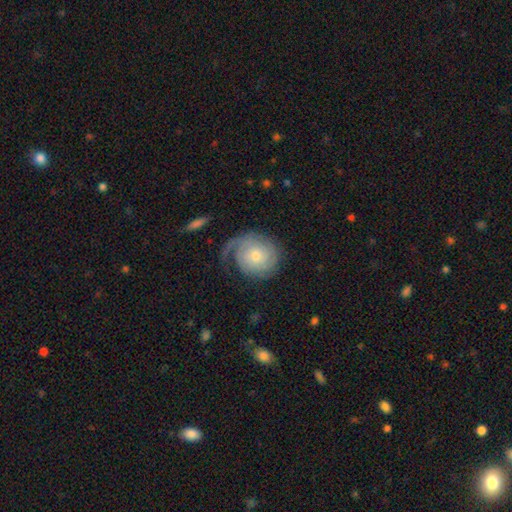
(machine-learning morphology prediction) Smooth or featured?
  - featured or disk: 75% *
  - smooth: 19%
  - star or artifact: 6%
Edge-on disk?
  - no: 97% *
  - yes: 3%
Bar?
  - no: 78% *
  - weak: 19%
  - strong: 3%
Spiral arms?
  - yes: 93% *
  - no: 7%
Spiral winding?
  - tight: 61% *
  - medium: 25%
  - loose: 14%
Spiral arm count?
  - 1: 37% *
  - 2: 26%
  - can't tell: 22%
  - 3: 9%
  - 4: 4%
  - more than 4: 3%
Bulge size?
  - small: 57% *
  - moderate: 38%
  - large: 2%
  - none: 2%
  - dominant: 1%
Merging?
  - none: 59% *
  - minor disturbance: 20%
  - major disturbance: 20%
  - merger: 2%